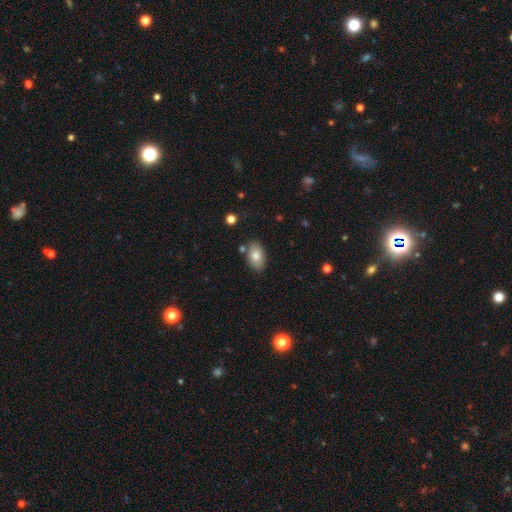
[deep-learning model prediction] Q: Smooth or featured?
A: smooth (79%); runner-up: featured or disk (14%)
Q: How rounded?
A: in between (92%); runner-up: round (6%)
Q: Merging?
A: none (81%); runner-up: minor disturbance (12%)